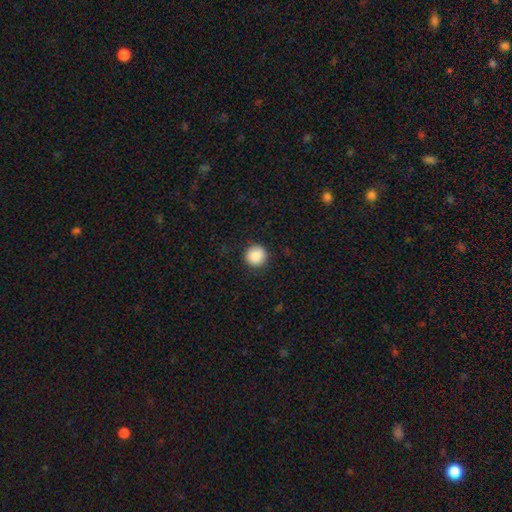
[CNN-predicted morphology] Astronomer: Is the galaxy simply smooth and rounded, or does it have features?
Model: smooth — 88%.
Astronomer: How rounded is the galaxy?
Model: round — 93%.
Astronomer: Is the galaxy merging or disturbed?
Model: none — 88%.